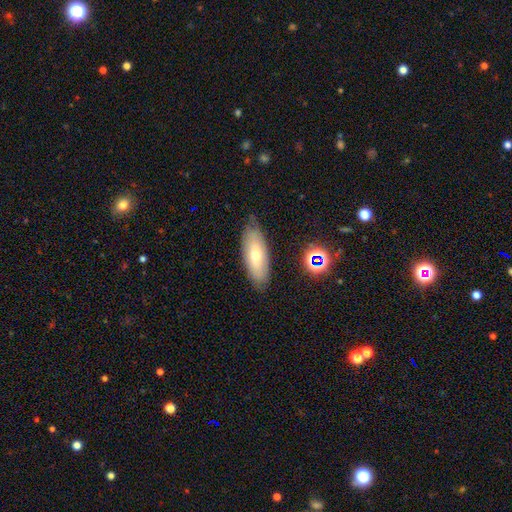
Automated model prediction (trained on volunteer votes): smooth 58%, featured or disk 33%, star or artifact 9%. Down the decision tree: how rounded — in between (72%); merging — none (79%).